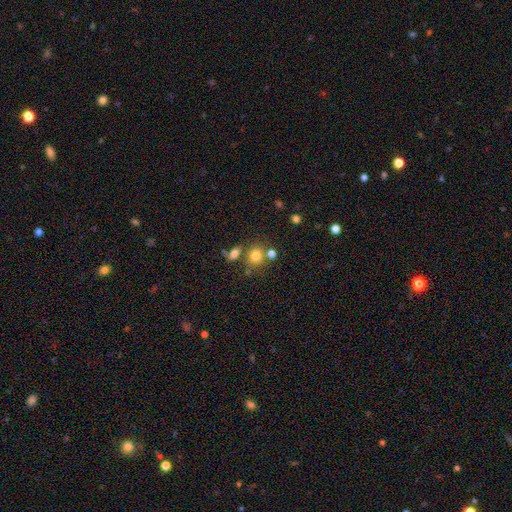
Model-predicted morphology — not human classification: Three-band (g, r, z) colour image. It shows a smooth galaxy with no disk features (77%) that is round (82%). Merging: none (64%).